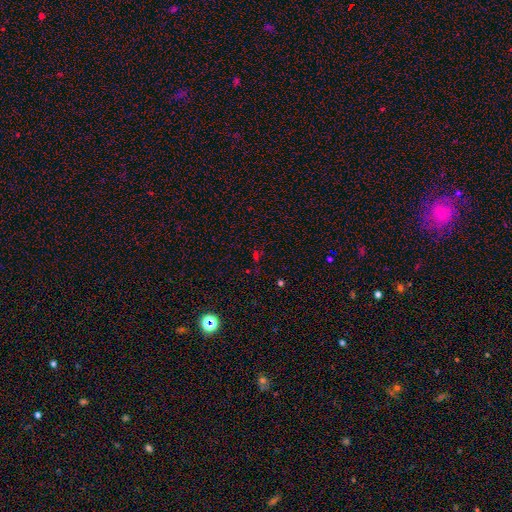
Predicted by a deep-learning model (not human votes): Smooth or featured? Predicted: star or artifact (p=0.57).